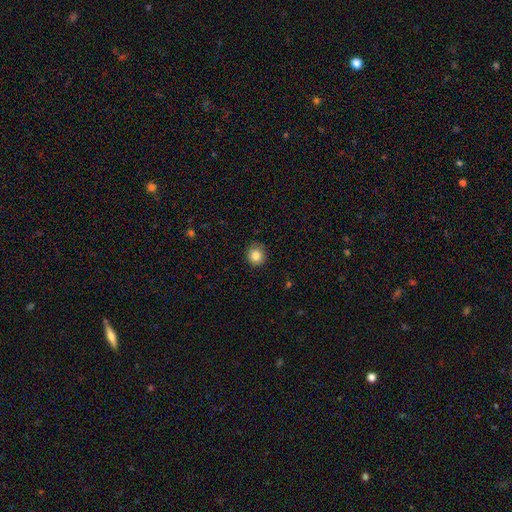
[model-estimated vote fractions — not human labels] The model was most divided on "smooth or featured": smooth: 84%, star or artifact: 10%, featured or disk: 6%. More confident: how rounded — round (91%); merging — none (87%).